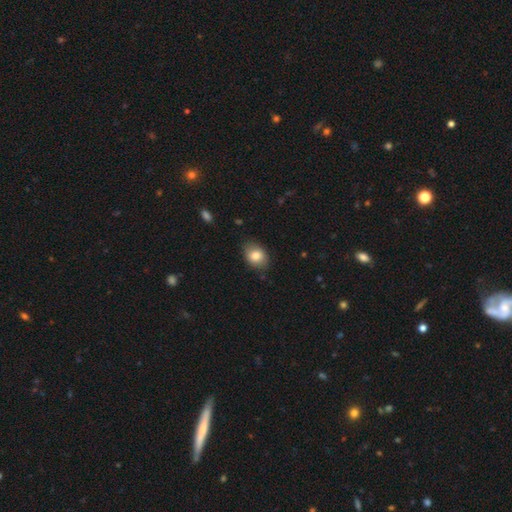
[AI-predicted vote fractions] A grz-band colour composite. It shows a smooth galaxy with no disk features (82%) that is in between round and cigar-shaped (63%). Merging: none (80%).